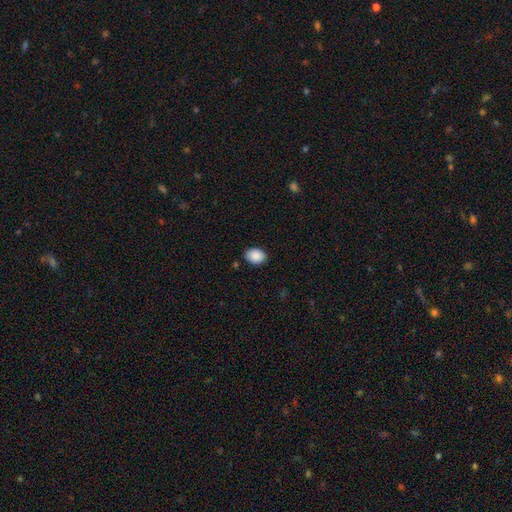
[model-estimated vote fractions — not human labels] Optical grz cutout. It shows a smooth galaxy with no disk features (90%) that is in between round and cigar-shaped (67%). Merging: none (87%).